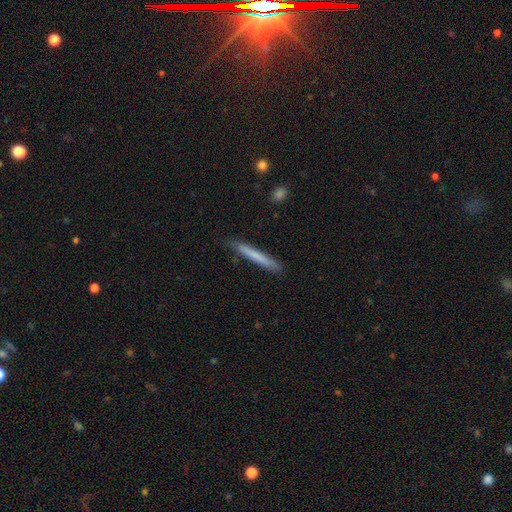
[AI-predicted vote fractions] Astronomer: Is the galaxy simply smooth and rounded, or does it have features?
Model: smooth — 70%.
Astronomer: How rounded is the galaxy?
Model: cigar-shaped — 96%.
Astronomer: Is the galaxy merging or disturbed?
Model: none — 82%.